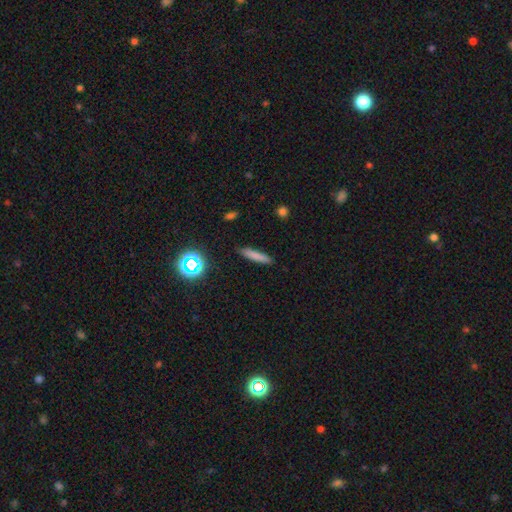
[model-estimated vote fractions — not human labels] A smooth galaxy with no disk features (76%) that is cigar-shaped (89%).

Vote fractions:
- Smooth or featured? smooth: 76% / featured or disk: 13% / star or artifact: 11%
- How rounded? cigar-shaped: 89% / in between: 10% / round: 2%
- Merging? none: 88% / minor disturbance: 8% / major disturbance: 2% / merger: 1%